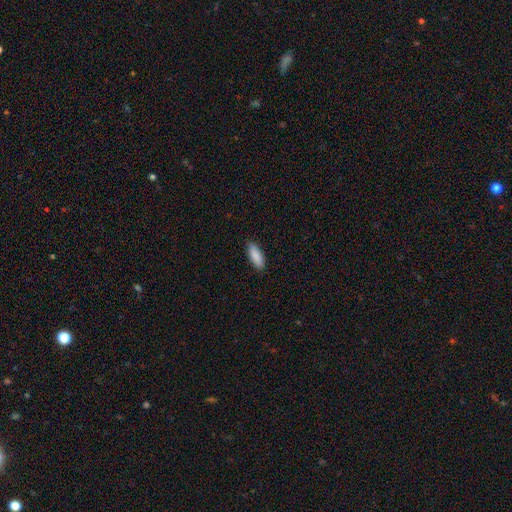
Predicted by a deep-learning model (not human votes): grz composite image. It shows a smooth galaxy with no disk features (89%) that is in between round and cigar-shaped (65%). Merging: none (88%).